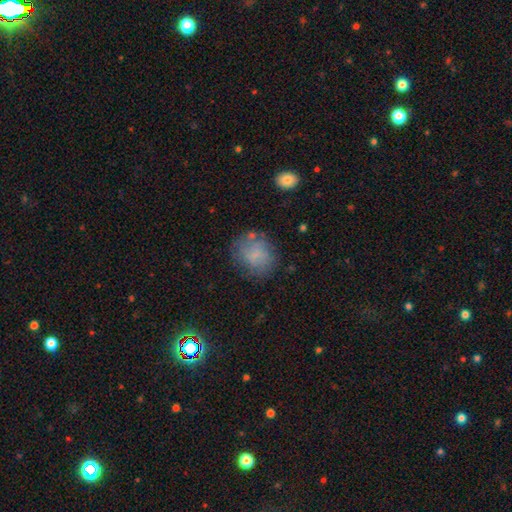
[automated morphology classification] A smooth galaxy with no disk features (65%) that is round (68%).

Vote fractions:
- Smooth or featured? smooth: 65% / featured or disk: 23% / star or artifact: 11%
- How rounded? round: 68% / in between: 31% / cigar-shaped: 1%
- Merging? none: 67% / minor disturbance: 20% / major disturbance: 10% / merger: 3%